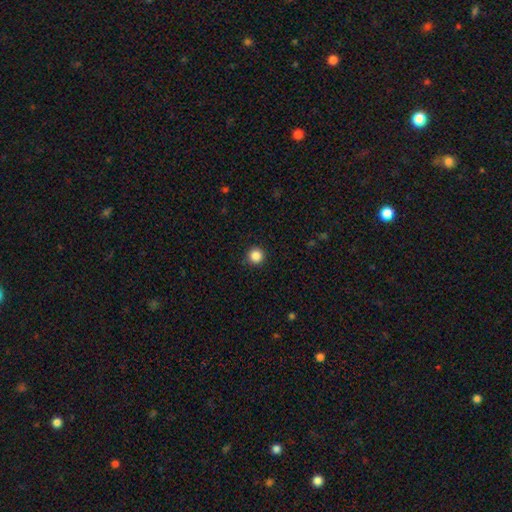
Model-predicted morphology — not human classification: The model was most divided on "smooth or featured": smooth: 86%, star or artifact: 11%, featured or disk: 3%. More confident: how rounded — round (96%); merging — none (92%).